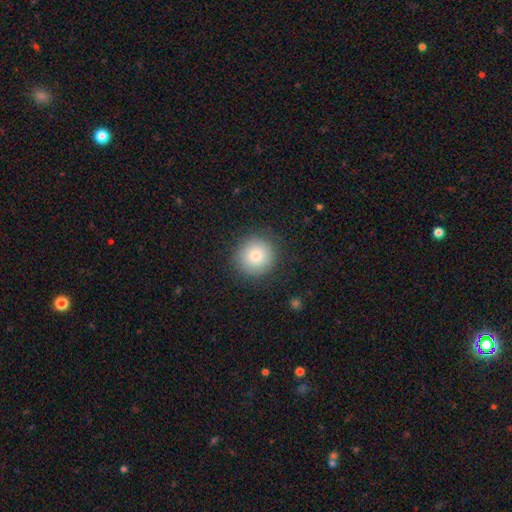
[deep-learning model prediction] Smooth or featured? smooth (81%)
How rounded? round (94%)
Merging? none (89%)